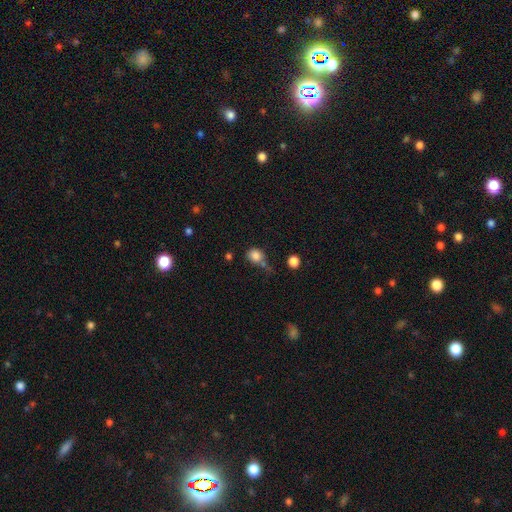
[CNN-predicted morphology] Q: Smooth or featured?
A: smooth (82%); runner-up: star or artifact (11%)
Q: How rounded?
A: round (70%); runner-up: in between (29%)
Q: Merging?
A: none (47%); runner-up: minor disturbance (23%)